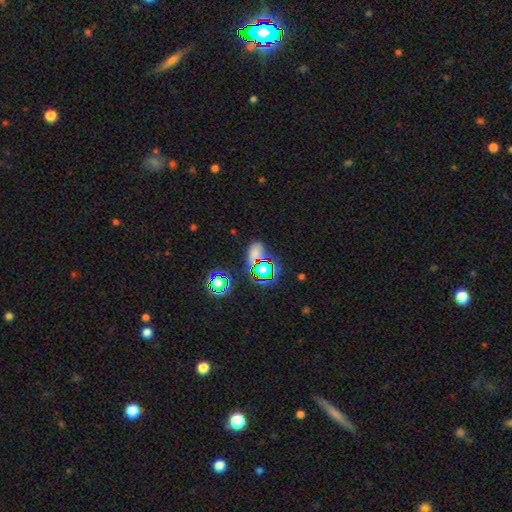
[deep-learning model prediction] Smooth or featured? Predicted: smooth (p=0.48). Merging? Predicted: none (p=0.66).